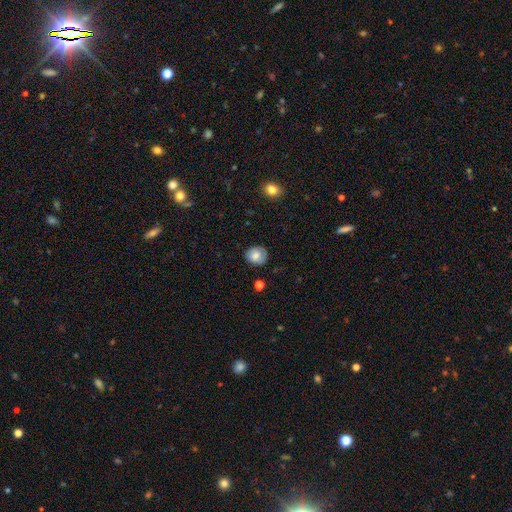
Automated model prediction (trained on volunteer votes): Smooth or featured: smooth — 73% (featured or disk — 18%)
How rounded: round — 74% (in between — 26%)
Merging: none — 76% (minor disturbance — 18%)